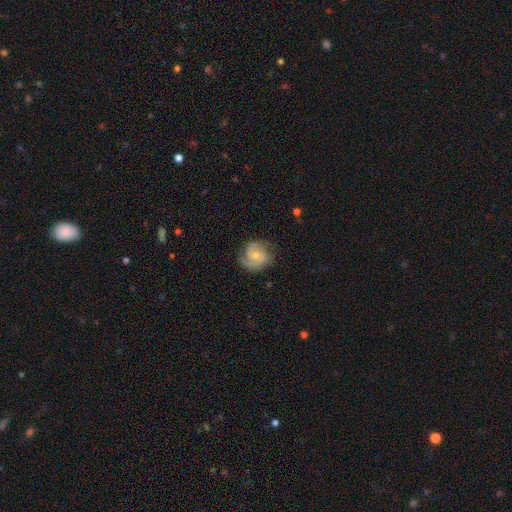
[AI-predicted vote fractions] Smooth or featured?
  - featured or disk: 78% *
  - smooth: 16%
  - star or artifact: 6%
Edge-on disk?
  - no: 98% *
  - yes: 2%
Bar?
  - no: 65% *
  - weak: 30%
  - strong: 5%
Spiral arms?
  - yes: 96% *
  - no: 4%
Spiral winding?
  - medium: 45% *
  - tight: 42%
  - loose: 14%
Spiral arm count?
  - 2: 63% *
  - 3: 15%
  - can't tell: 11%
  - 1: 6%
  - 4: 2%
  - more than 4: 2%
Bulge size?
  - small: 61% *
  - moderate: 32%
  - none: 5%
  - large: 2%
  - dominant: 1%
Merging?
  - none: 73% *
  - minor disturbance: 19%
  - major disturbance: 8%
  - merger: 1%